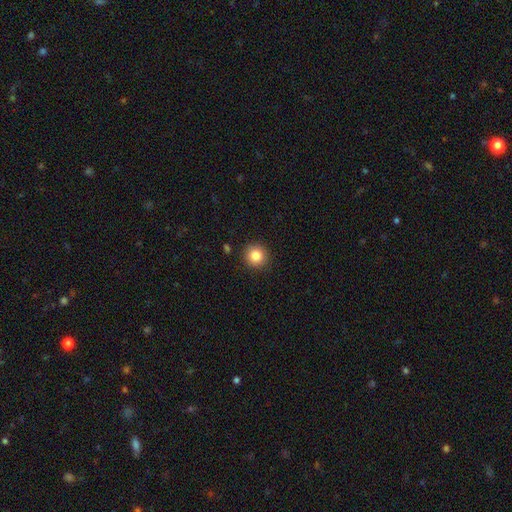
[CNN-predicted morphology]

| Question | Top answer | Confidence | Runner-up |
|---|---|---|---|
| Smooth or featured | smooth | 85% | star or artifact (10%) |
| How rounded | round | 94% | in between (6%) |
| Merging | none | 91% | minor disturbance (6%) |